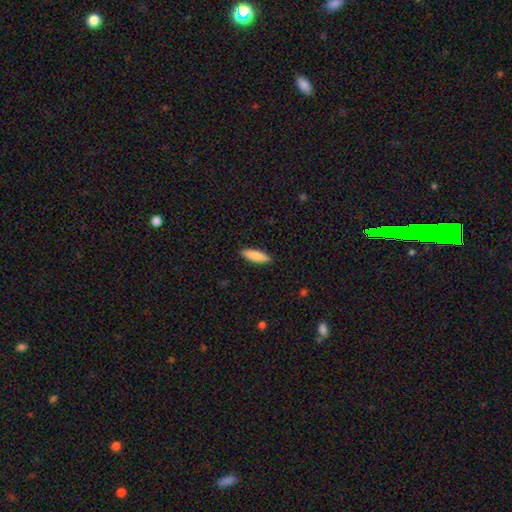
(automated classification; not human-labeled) This is clearly a smooth galaxy (86%). How rounded: possibly cigar-shaped (54%). Merging: clearly none (89%).